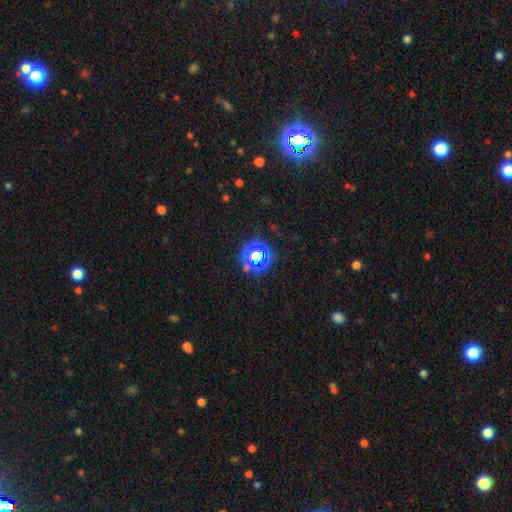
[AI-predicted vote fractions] Smooth or featured? Predicted: star or artifact (p=0.60).